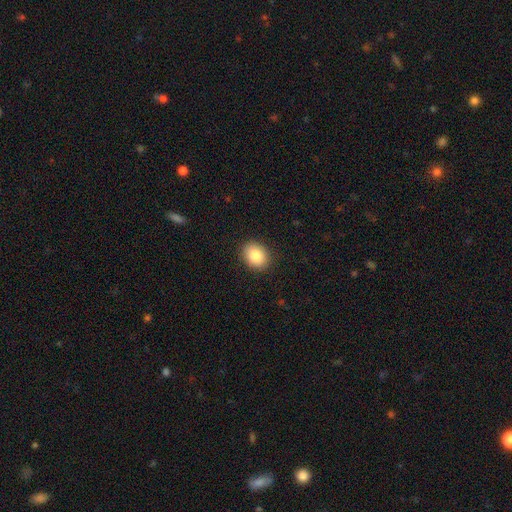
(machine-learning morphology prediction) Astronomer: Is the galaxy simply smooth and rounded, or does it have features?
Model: smooth — 86%.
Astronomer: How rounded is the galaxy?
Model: in between — 52% (runner-up: round, 47%).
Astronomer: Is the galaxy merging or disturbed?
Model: none — 89%.